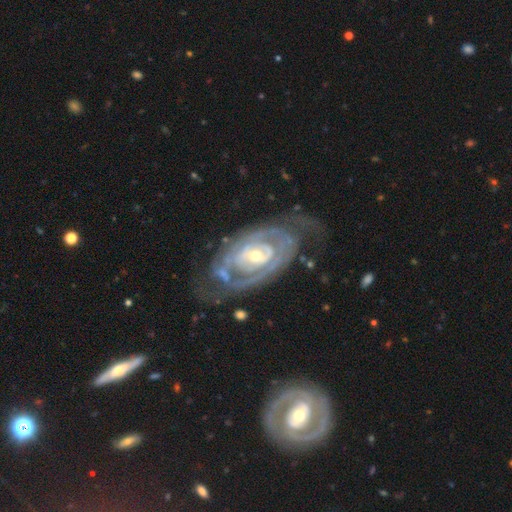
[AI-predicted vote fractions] smooth-or-featured: featured or disk: 88% | smooth: 7% | star or artifact: 5%
  disk-edge-on: no: 95% | yes: 5%
    bar: no: 59% | weak: 27% | strong: 14%
    has-spiral-arms: yes: 88% | no: 12%
      spiral-winding: tight: 69% | medium: 24% | loose: 7%
      spiral-arm-count: 2: 44% | can't tell: 32% | 3: 10% | 1: 5% | 4: 5% | more than 4: 4%
    bulge-size: small: 49% | moderate: 46% | large: 3% | none: 1% | dominant: 1%
  merging: none: 63% | minor disturbance: 20% | major disturbance: 15% | merger: 3%